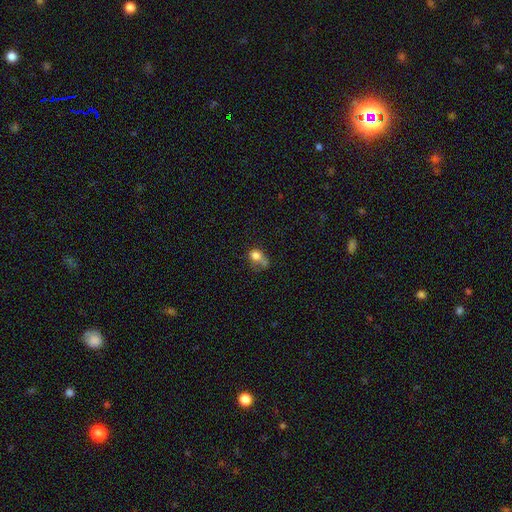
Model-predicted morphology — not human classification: Q: Smooth or featured?
A: smooth (75%); runner-up: featured or disk (13%)
Q: How rounded?
A: round (50%); runner-up: in between (48%)
Q: Merging?
A: none (29%); runner-up: minor disturbance (26%)